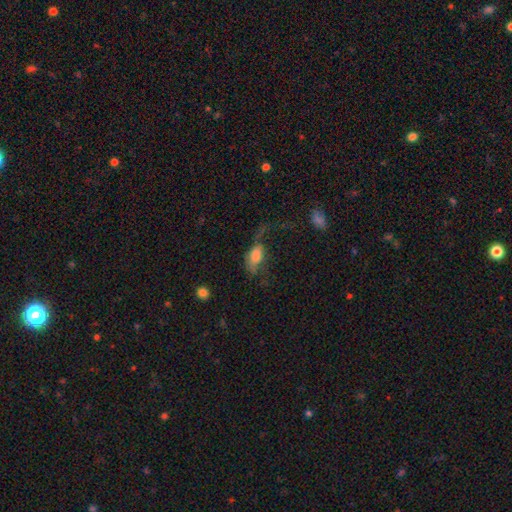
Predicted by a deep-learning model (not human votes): Morphology: type=smooth (60%); roundness=in between (84%); merging=major disturbance (57%).